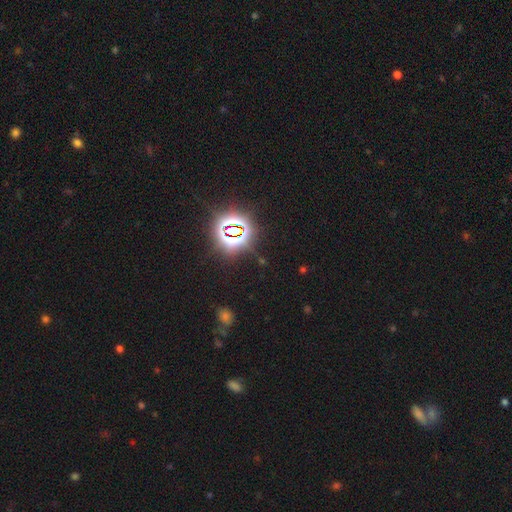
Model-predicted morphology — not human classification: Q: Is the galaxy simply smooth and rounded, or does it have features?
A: star or artifact — 79%.